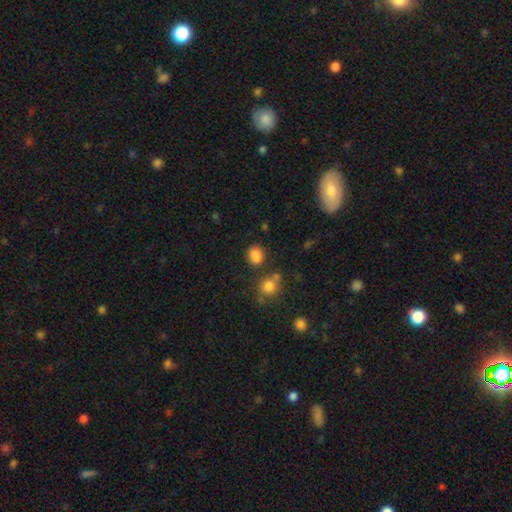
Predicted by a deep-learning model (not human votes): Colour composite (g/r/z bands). It shows a smooth galaxy with no disk features (83%) that is round (61%). Merging: none (72%).